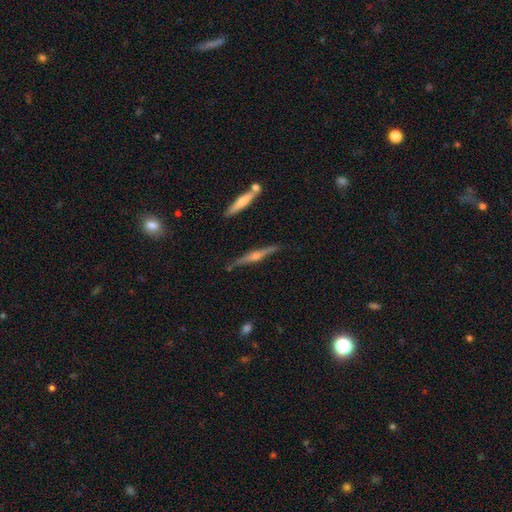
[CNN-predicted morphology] Smooth or featured: featured or disk — 80% (smooth — 13%)
Edge-on disk: yes — 98% (no — 2%)
Edge-on bulge: rounded — 88% (boxy — 6%)
Merging: none — 87% (minor disturbance — 9%)